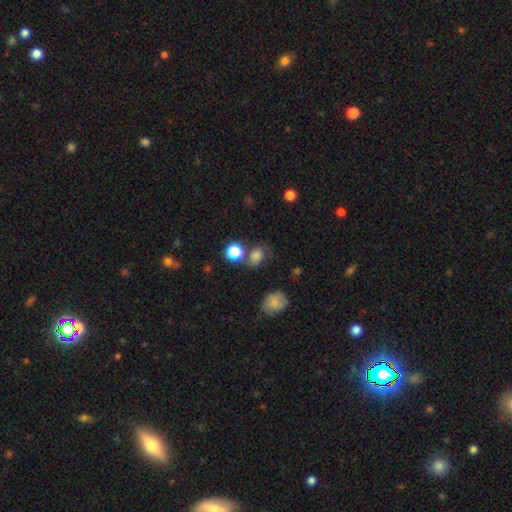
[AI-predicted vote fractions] A smooth galaxy with no disk features (61%) that is round (60%). Merging: none (51%).